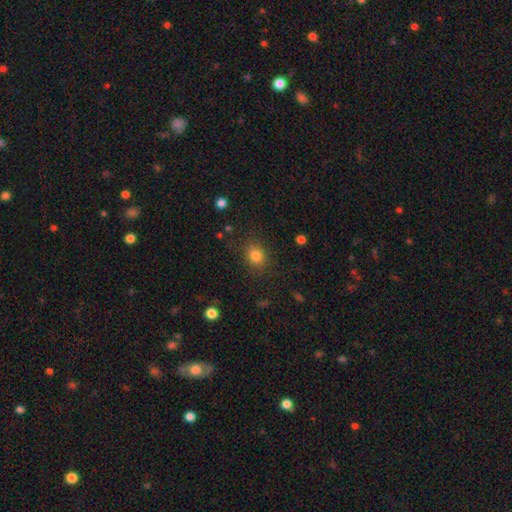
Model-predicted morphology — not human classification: A smooth galaxy with no disk features (82%) that is round (58%). Merging: none (84%).